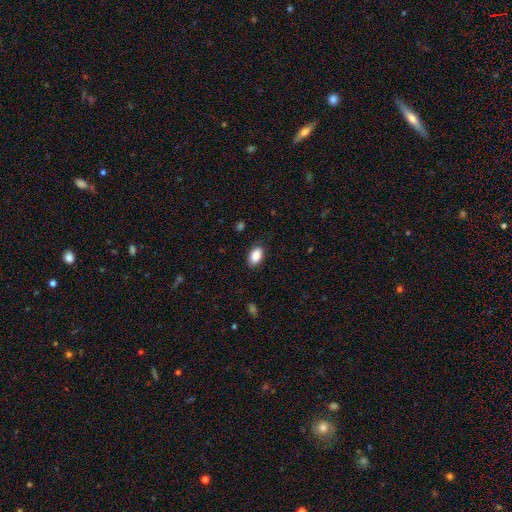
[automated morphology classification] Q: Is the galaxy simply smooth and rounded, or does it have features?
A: smooth — 88%.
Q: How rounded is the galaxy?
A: in between — 91%.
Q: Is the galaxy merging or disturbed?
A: none — 86%.